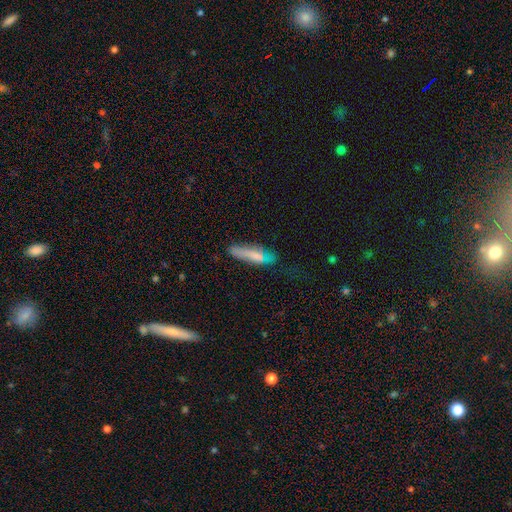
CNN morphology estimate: This is likely a smooth galaxy (66%). How rounded: likely cigar-shaped (75%). Merging: possibly none (46%).